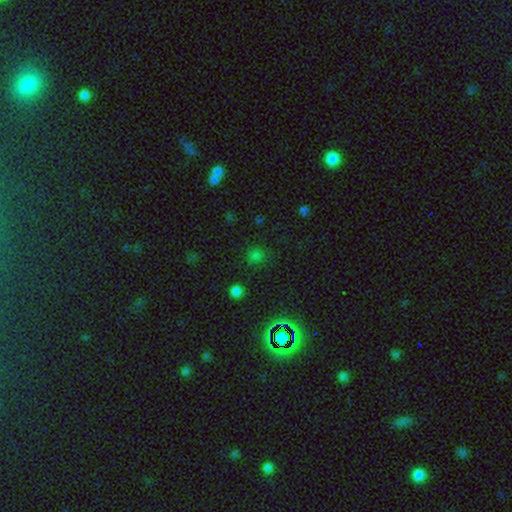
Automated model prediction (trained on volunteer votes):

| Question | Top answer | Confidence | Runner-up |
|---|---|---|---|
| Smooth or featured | smooth | 70% | star or artifact (25%) |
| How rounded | round | 90% | in between (9%) |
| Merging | none | 84% | minor disturbance (10%) |